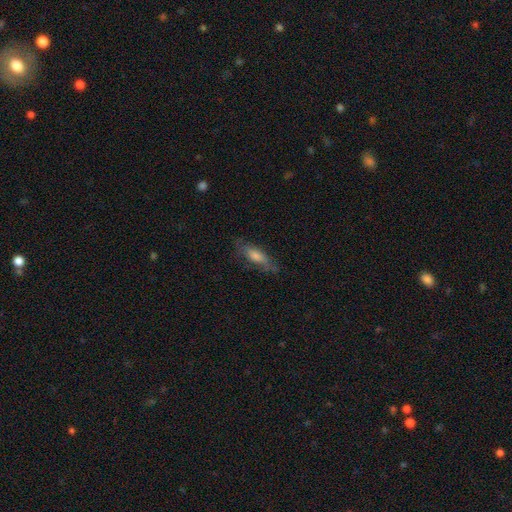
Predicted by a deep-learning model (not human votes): Smooth or featured? smooth (52%)
How rounded? cigar-shaped (51%)
Merging? none (68%)